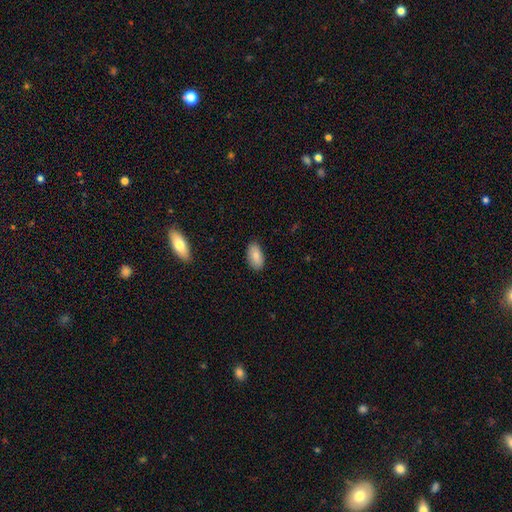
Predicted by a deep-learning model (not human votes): This is clearly a smooth galaxy (82%). How rounded: clearly in between (94%). Merging: clearly none (85%).